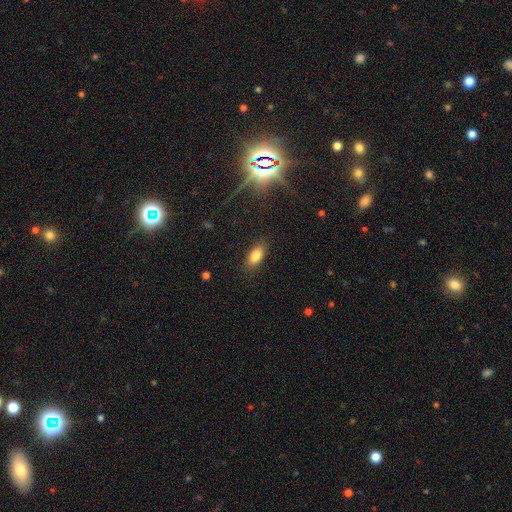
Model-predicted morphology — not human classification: A smooth galaxy with no disk features (81%) that is in between round and cigar-shaped (86%). Merging: none (86%).